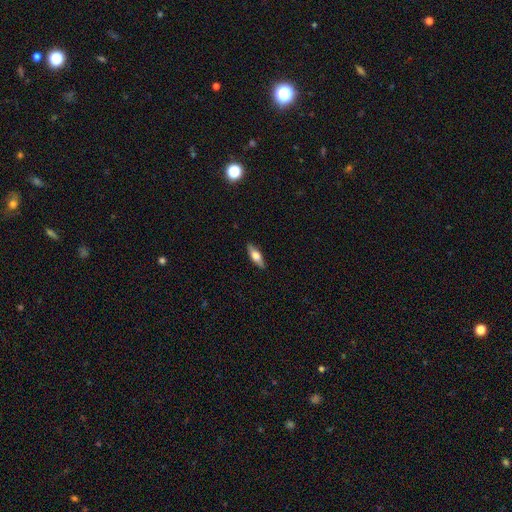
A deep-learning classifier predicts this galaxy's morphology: Overall: smooth (58%; featured or disk 36%). How rounded: in between (65%; cigar-shaped 32%). Merging: none (87%).